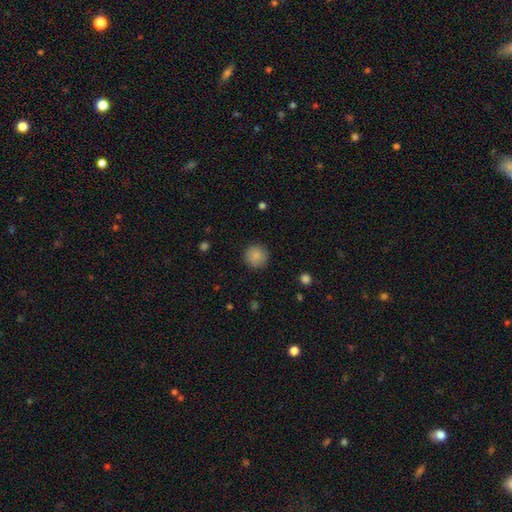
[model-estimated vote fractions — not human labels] Smooth or featured? smooth (87%)
How rounded? round (94%)
Merging? none (89%)